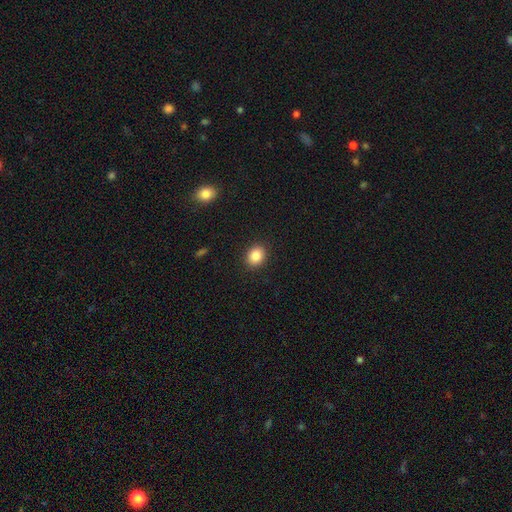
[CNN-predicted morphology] Overall: smooth (86%). How rounded: round (53%; in between 46%). Merging: none (90%).